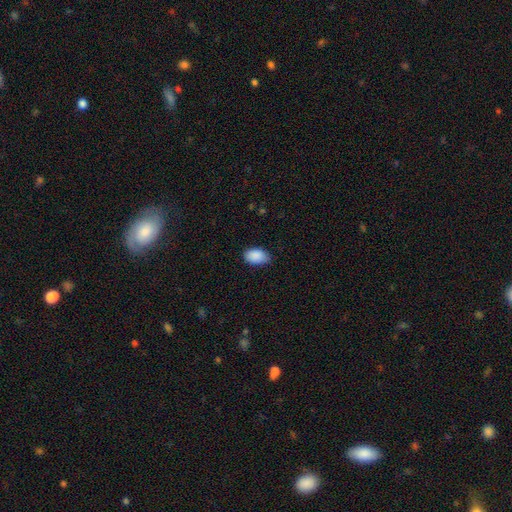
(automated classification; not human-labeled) This appears to be a smooth galaxy with no disk features (90%) that is in between round and cigar-shaped (92%). Merging: none (77%).